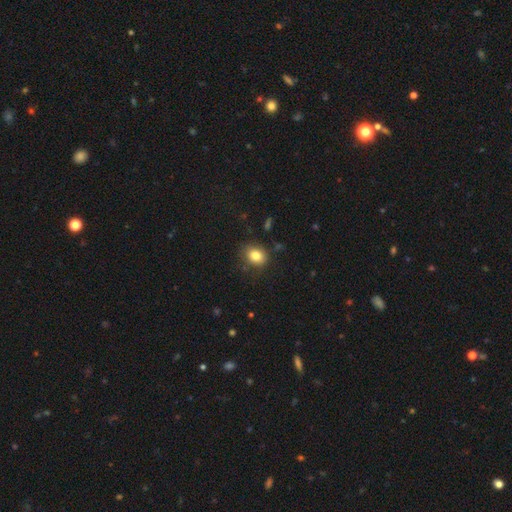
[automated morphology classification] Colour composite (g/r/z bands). It shows a smooth galaxy with no disk features (82%) that is round (55%). Merging: none (81%).